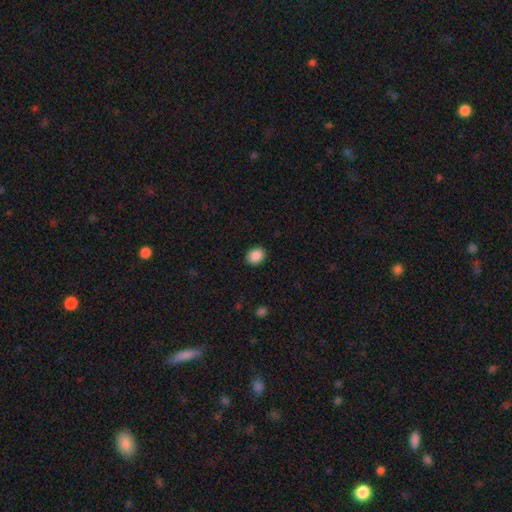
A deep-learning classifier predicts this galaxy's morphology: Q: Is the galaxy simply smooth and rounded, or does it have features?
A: smooth — 88%.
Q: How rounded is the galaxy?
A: in between — 50%, tied with round.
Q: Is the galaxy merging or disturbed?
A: none — 90%.